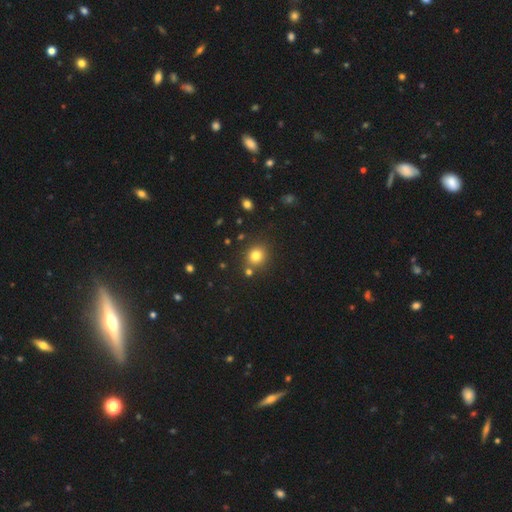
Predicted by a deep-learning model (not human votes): smooth 79%, star or artifact 14%, featured or disk 7%. Down the decision tree: how rounded — round (82%); merging — none (80%).